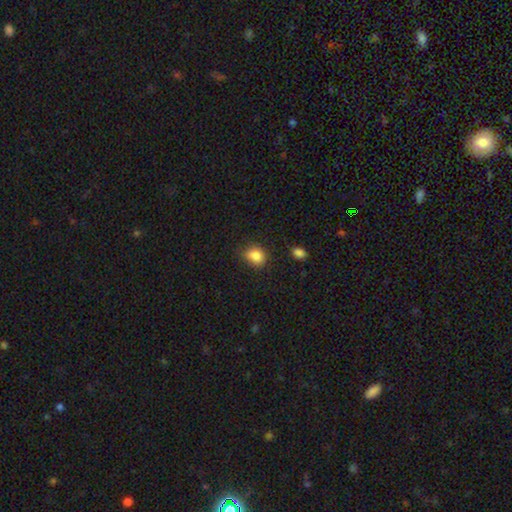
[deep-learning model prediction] Morphology: type=smooth (84%); roundness=in between (49%, tied with round); merging=none (62%).